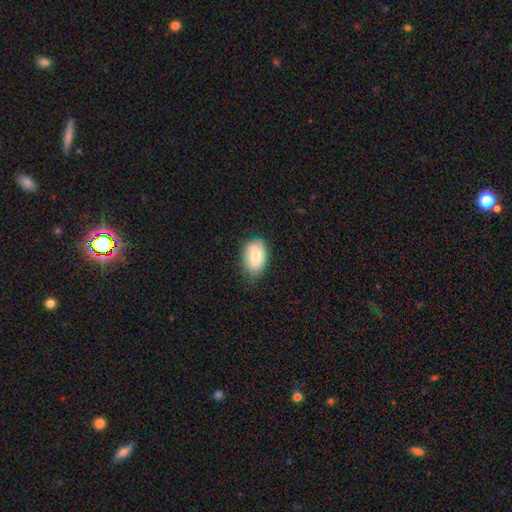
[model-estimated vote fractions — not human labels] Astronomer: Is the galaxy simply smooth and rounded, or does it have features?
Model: smooth — 65%.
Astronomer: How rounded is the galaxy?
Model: in between — 88%.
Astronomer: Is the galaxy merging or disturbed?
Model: none — 68%.